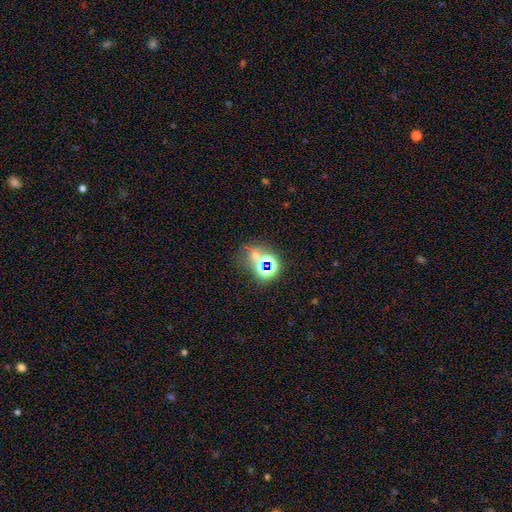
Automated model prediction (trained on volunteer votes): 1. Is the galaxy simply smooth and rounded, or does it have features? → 61% star or artifact, 28% smooth, 11% featured or disk.